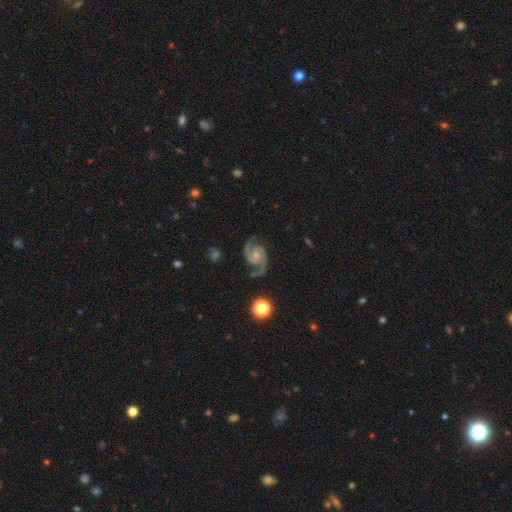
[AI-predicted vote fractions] A featured or disk galaxy (93%) with no bar (61%), 2 (94%) medium (58%) spiral arms (99%) and a small central bulge (57%). Merging: none (78%).